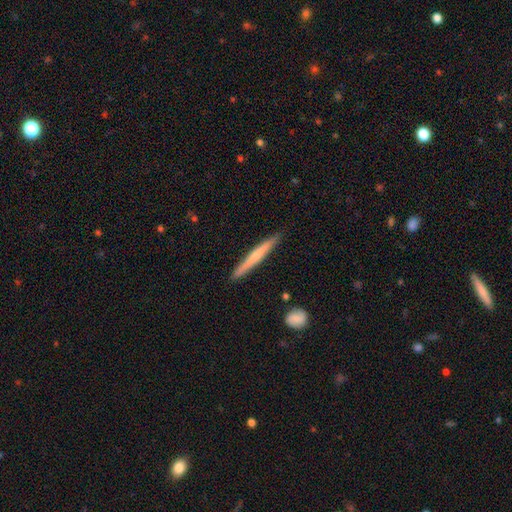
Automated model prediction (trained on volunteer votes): Overall: smooth (53%; featured or disk 42%). How rounded: cigar-shaped (97%). Merging: none (90%).